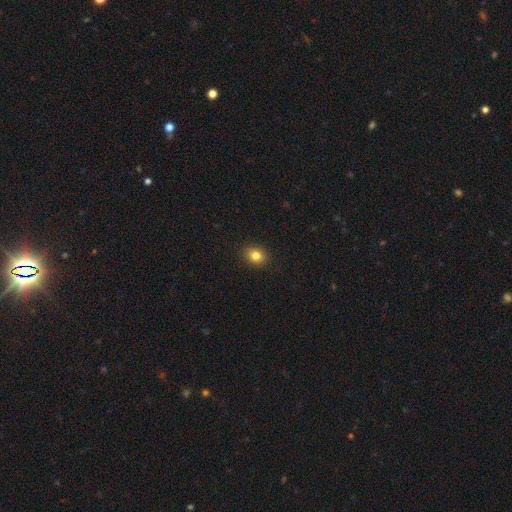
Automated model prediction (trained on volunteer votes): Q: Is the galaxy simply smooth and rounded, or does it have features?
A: smooth — 83%.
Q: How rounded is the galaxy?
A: round — 61%.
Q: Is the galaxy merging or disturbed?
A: none — 91%.